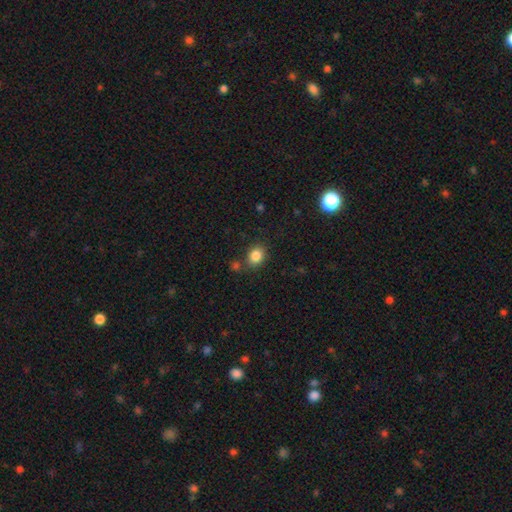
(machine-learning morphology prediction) The model was most divided on "how rounded": round: 55%, in between: 44%, cigar-shaped: 1%. More confident: smooth or featured — smooth (84%); merging — none (77%).